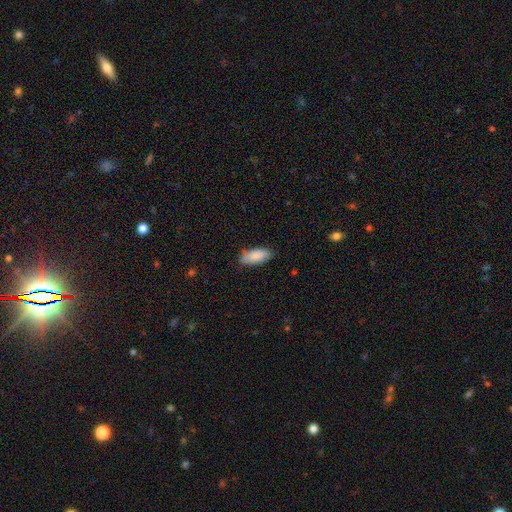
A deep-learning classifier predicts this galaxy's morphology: The model was most divided on "merging": none: 82%, minor disturbance: 15%, major disturbance: 3%, merger: 1%. More confident: smooth or featured — smooth (86%); how rounded — in between (84%).